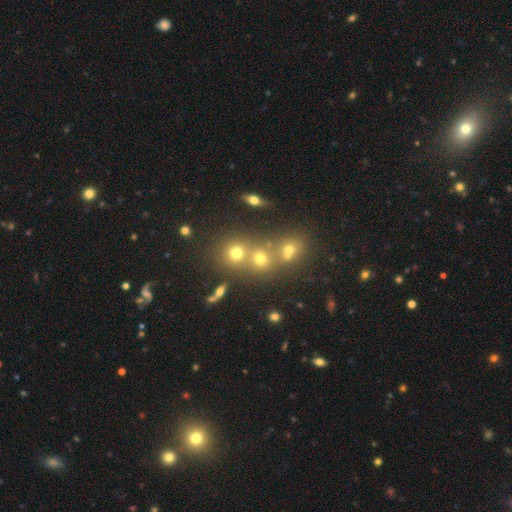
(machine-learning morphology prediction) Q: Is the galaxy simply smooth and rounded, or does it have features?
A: smooth — 50%.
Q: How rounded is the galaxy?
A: round — 80%.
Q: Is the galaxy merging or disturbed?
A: merger — 47%.